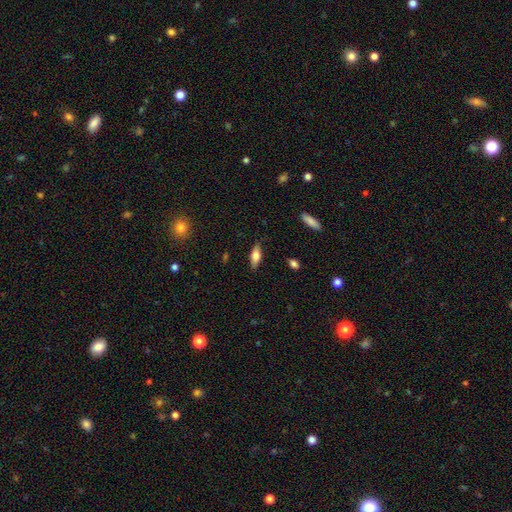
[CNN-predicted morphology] This is likely a smooth galaxy (68%). How rounded: likely in between (67%). Merging: clearly none (82%).